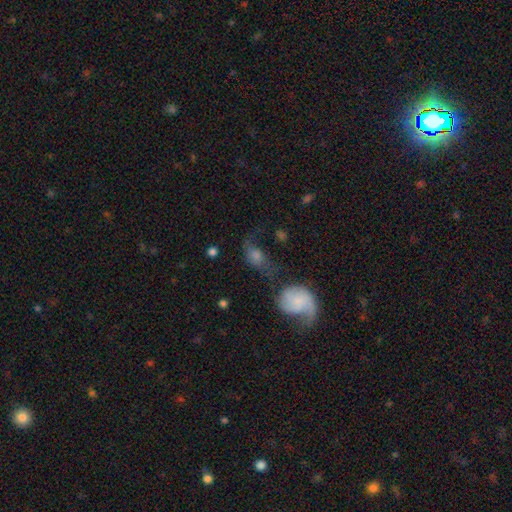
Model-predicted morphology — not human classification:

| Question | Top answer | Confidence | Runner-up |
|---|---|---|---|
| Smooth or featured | smooth | 46% | featured or disk (40%) |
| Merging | none | 35% | major disturbance (28%) |